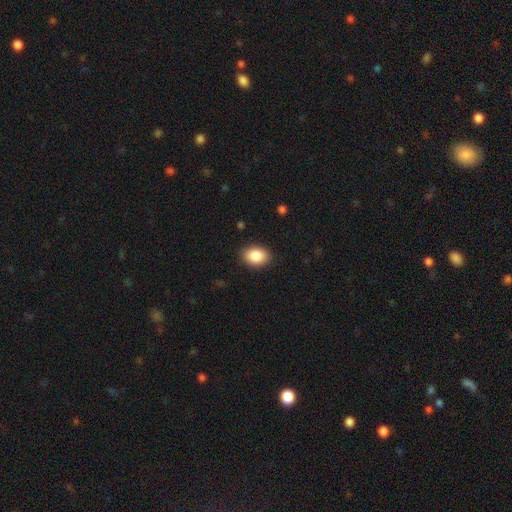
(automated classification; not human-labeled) A smooth galaxy with no disk features (87%) that is in between round and cigar-shaped (76%).

Vote fractions:
- Smooth or featured? smooth: 87% / star or artifact: 8% / featured or disk: 5%
- How rounded? in between: 76% / round: 23% / cigar-shaped: 1%
- Merging? none: 88% / minor disturbance: 9% / major disturbance: 2% / merger: 1%